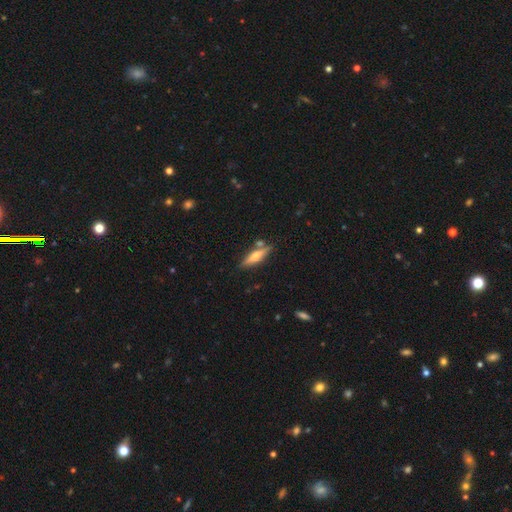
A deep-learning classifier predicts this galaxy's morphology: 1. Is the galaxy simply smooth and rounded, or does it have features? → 48% featured or disk, 45% smooth, 7% star or artifact.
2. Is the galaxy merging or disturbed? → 76% none, 12% minor disturbance, 9% merger, 3% major disturbance.